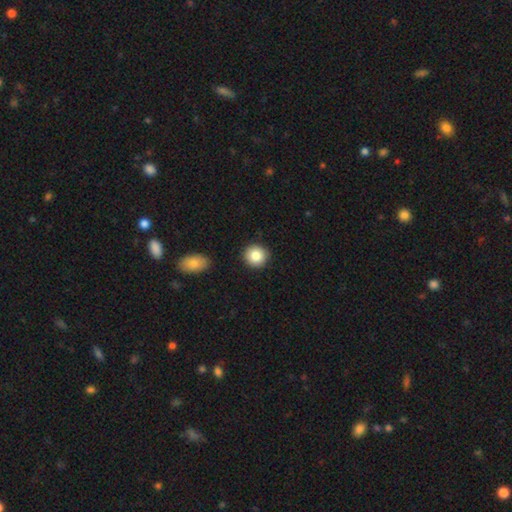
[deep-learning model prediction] This is clearly a smooth galaxy (85%). How rounded: clearly round (91%). Merging: clearly none (90%).